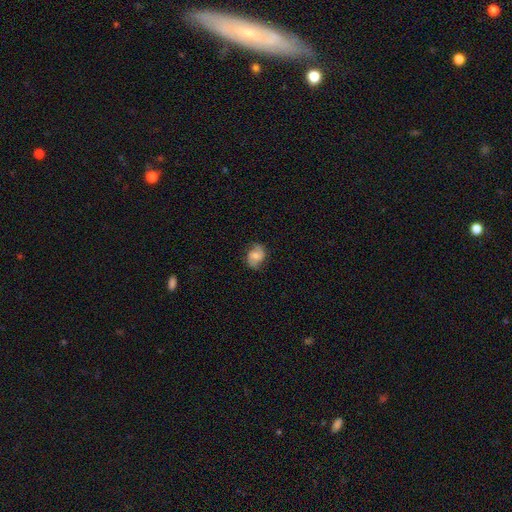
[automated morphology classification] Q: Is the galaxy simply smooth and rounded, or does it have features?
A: featured or disk — 52%.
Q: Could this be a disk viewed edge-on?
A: no — 97%.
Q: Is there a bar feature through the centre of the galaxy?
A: no — 58%.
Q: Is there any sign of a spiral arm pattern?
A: yes — 88%.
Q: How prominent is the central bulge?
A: moderate — 54%.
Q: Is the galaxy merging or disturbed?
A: none — 75%.